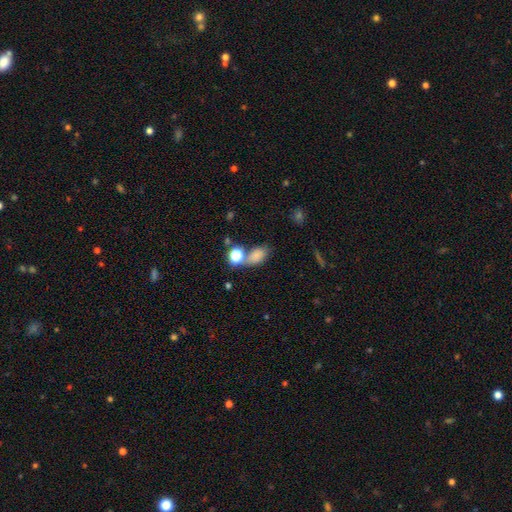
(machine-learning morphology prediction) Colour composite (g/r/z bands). It shows a smooth galaxy with no disk features (76%) that is in between round and cigar-shaped (80%). Merging: none (44%).